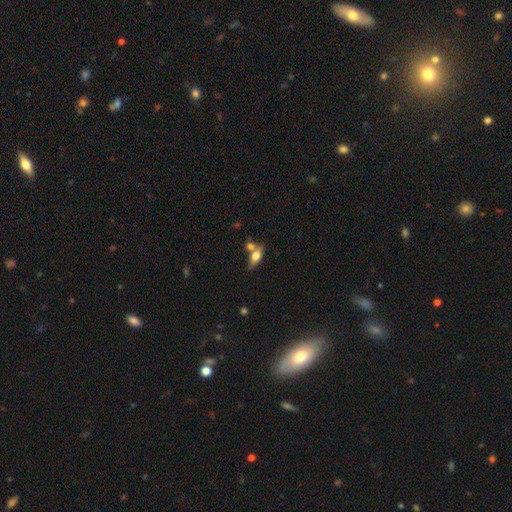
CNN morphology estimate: type=smooth (62%); roundness=in between (72%); merging=none (47%).